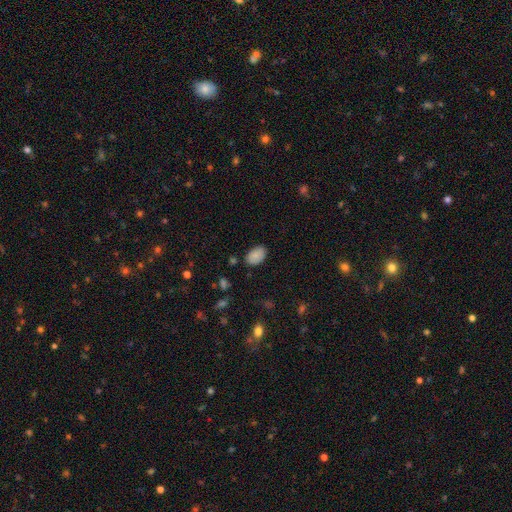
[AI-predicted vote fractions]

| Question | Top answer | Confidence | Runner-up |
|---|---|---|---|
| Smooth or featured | smooth | 85% | star or artifact (8%) |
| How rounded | in between | 91% | round (8%) |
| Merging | none | 83% | minor disturbance (13%) |